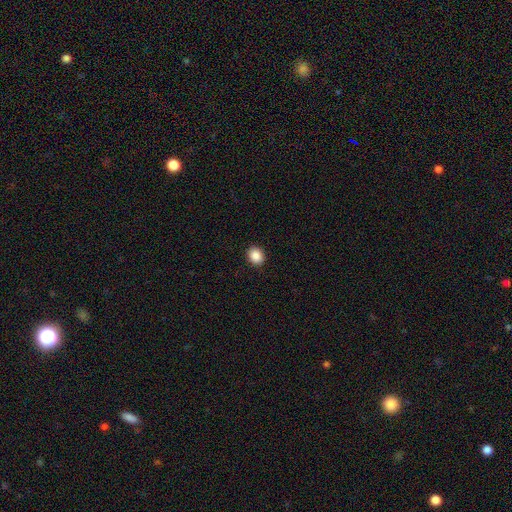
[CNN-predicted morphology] Smooth or featured?
  - smooth: 89% *
  - star or artifact: 8%
  - featured or disk: 3%
How rounded?
  - round: 62% *
  - in between: 37%
  - cigar-shaped: 1%
Merging?
  - none: 92% *
  - minor disturbance: 6%
  - major disturbance: 2%
  - merger: 1%